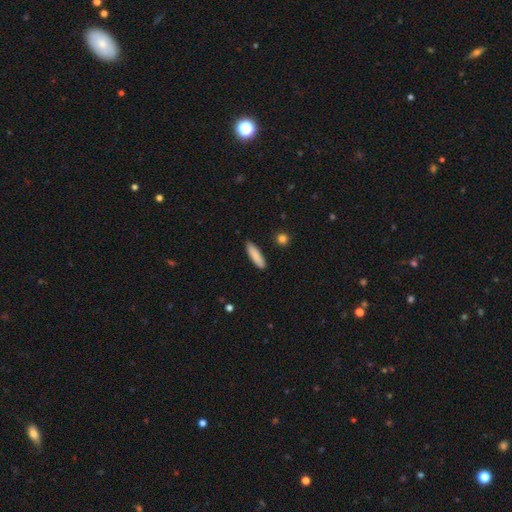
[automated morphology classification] type=smooth (87%); roundness=cigar-shaped (71%); merging=none (88%).